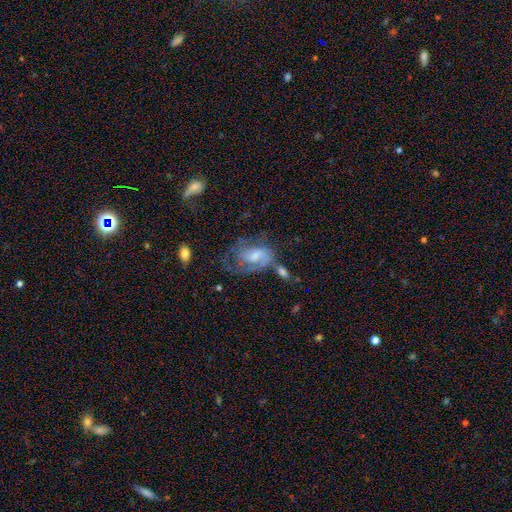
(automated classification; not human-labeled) Smooth or featured? Predicted: featured or disk (p=0.66). Edge-on disk? Predicted: no (p=0.96). Bar? Predicted: no (p=0.46). Spiral arms? Predicted: yes (p=0.77). Bulge size? Predicted: moderate (p=0.40). Merging? Predicted: major disturbance (p=0.34).